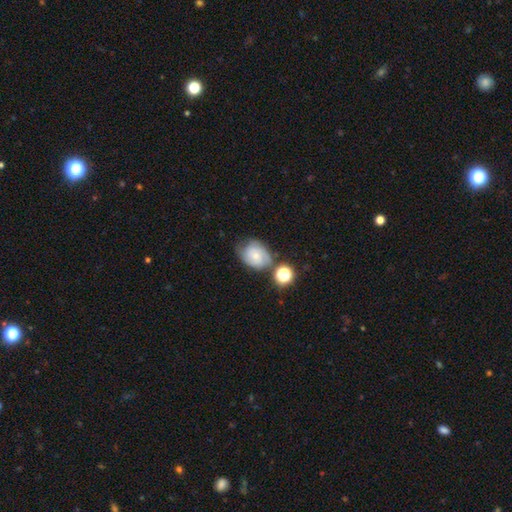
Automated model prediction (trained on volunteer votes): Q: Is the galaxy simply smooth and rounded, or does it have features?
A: featured or disk — 45%.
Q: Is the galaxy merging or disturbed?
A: none — 54%.